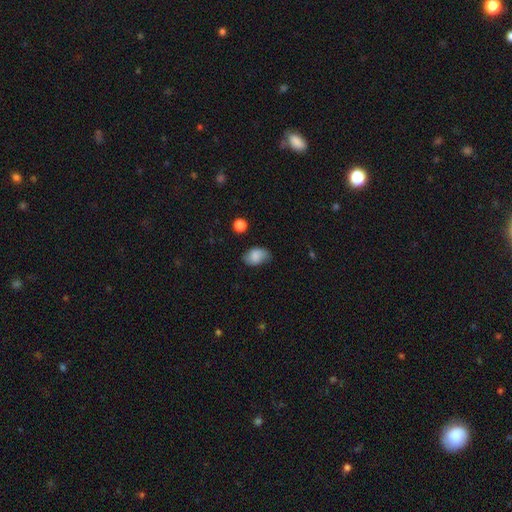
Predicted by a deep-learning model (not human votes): Smooth or featured?
  - smooth: 76% *
  - featured or disk: 15%
  - star or artifact: 9%
How rounded?
  - in between: 84% *
  - round: 15%
  - cigar-shaped: 1%
Merging?
  - none: 68% *
  - minor disturbance: 25%
  - major disturbance: 5%
  - merger: 2%